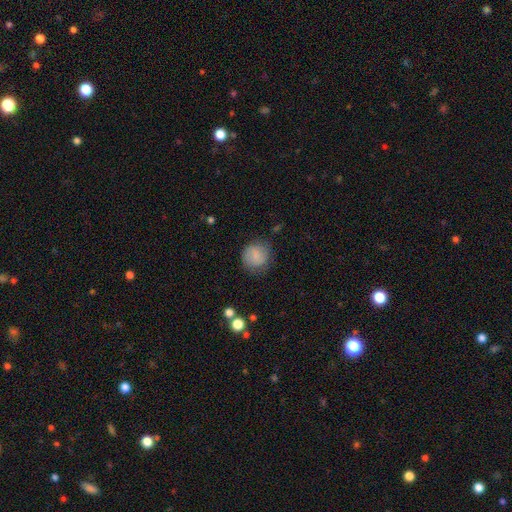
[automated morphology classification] Smooth or featured? Predicted: smooth (p=0.81). How rounded? Predicted: round (p=0.85). Merging? Predicted: none (p=0.74).